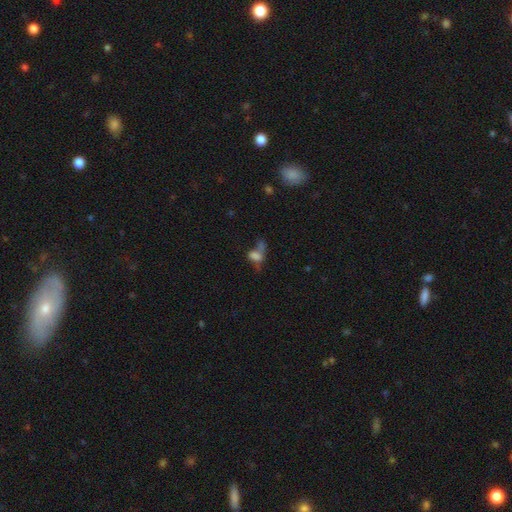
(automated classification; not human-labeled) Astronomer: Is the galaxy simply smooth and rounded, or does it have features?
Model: smooth — 59%.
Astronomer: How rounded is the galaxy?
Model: in between — 73%.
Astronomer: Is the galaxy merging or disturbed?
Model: merger — 39% (runner-up: major disturbance, 24%).